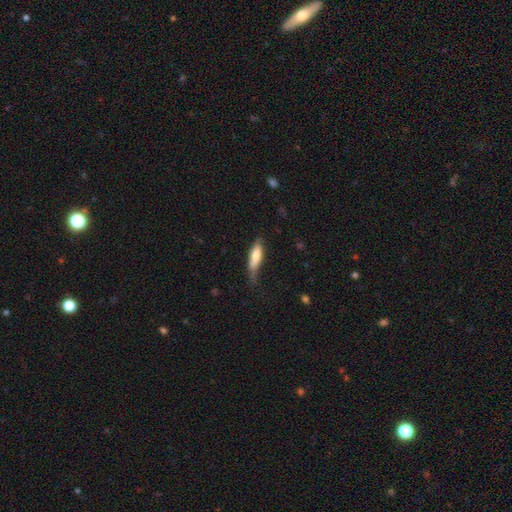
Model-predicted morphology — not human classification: smooth_or_featured: smooth (p=0.70) [alt: featured or disk p=0.24]
how_rounded: cigar-shaped (p=0.56) [alt: in between p=0.42]
merging: none (p=0.47) [alt: minor disturbance p=0.37]